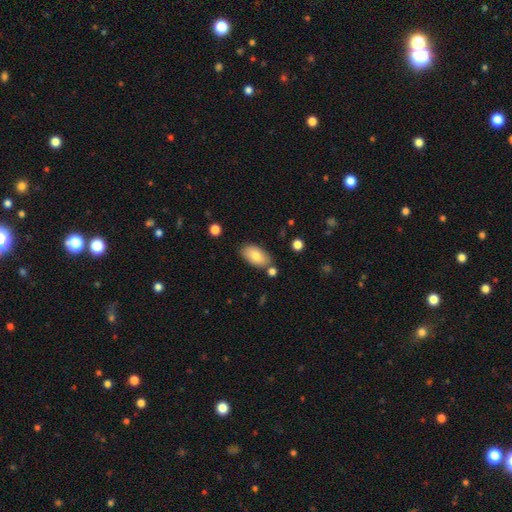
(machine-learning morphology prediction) A smooth galaxy with no disk features (78%) that is in between round and cigar-shaped (94%).

Vote fractions:
- Smooth or featured? smooth: 78% / featured or disk: 15% / star or artifact: 7%
- How rounded? in between: 94% / round: 4% / cigar-shaped: 2%
- Merging? none: 77% / minor disturbance: 14% / merger: 7% / major disturbance: 3%